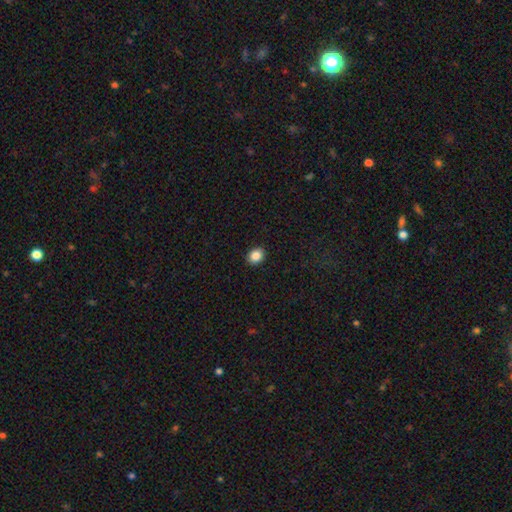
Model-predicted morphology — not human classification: Smooth or featured? Predicted: smooth (p=0.86). How rounded? Predicted: round (p=0.59). Merging? Predicted: none (p=0.91).